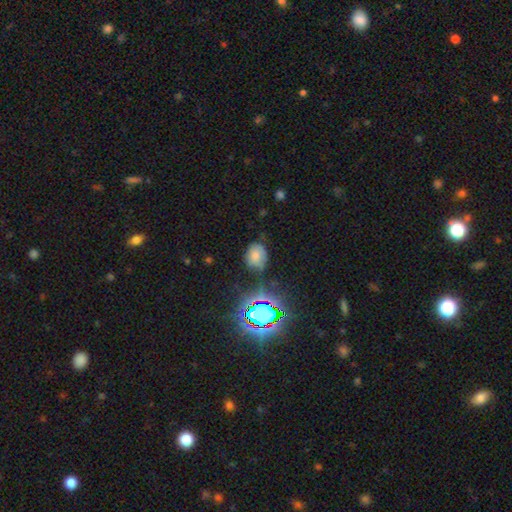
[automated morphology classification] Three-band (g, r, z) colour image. It shows a smooth galaxy with no disk features (50%) that is round (59%). Merging: none (68%).